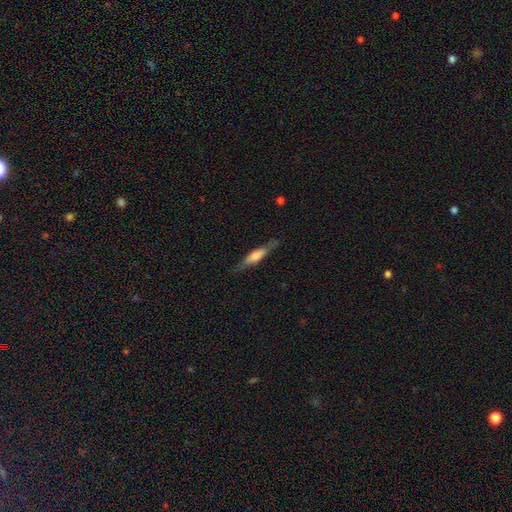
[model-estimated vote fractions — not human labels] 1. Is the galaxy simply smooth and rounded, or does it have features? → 49% smooth, 45% featured or disk, 6% star or artifact.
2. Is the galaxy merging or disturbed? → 78% none, 16% minor disturbance, 4% major disturbance, 1% merger.